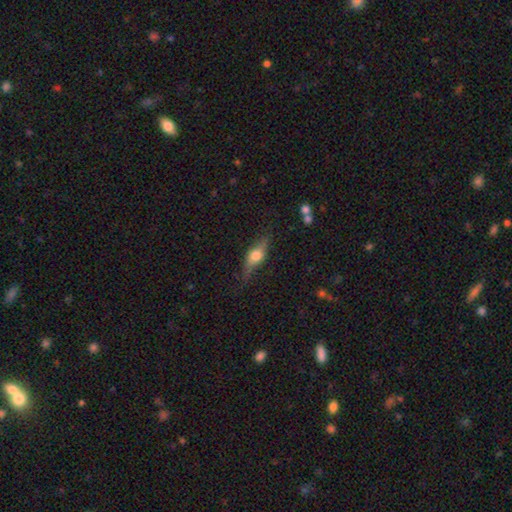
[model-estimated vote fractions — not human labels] A featured or disk galaxy (49%).

Vote fractions:
- Smooth or featured? featured or disk: 49% / smooth: 44% / star or artifact: 7%
- Merging? none: 75% / minor disturbance: 18% / major disturbance: 5% / merger: 2%